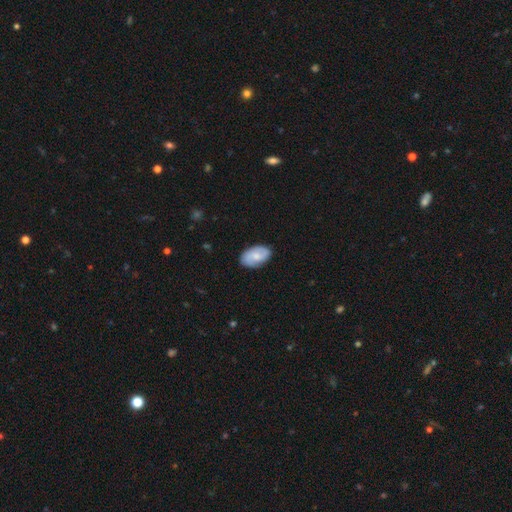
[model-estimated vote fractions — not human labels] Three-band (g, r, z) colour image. It shows a smooth galaxy with no disk features (58%) that is in between round and cigar-shaped (92%). Merging: none (83%).